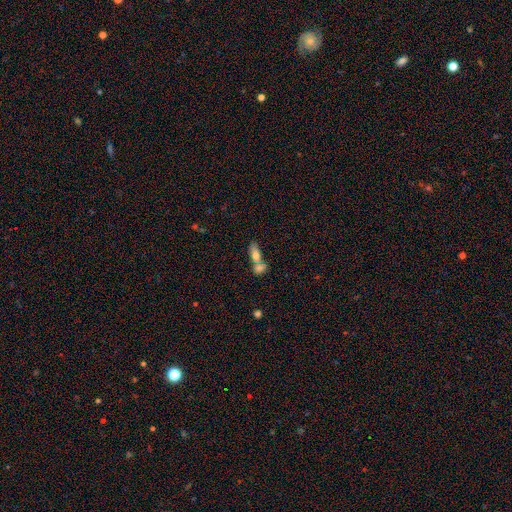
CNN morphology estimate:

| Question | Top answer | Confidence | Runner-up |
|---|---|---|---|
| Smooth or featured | smooth | 73% | featured or disk (19%) |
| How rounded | in between | 74% | cigar-shaped (18%) |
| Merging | merger | 60% | none (28%) |